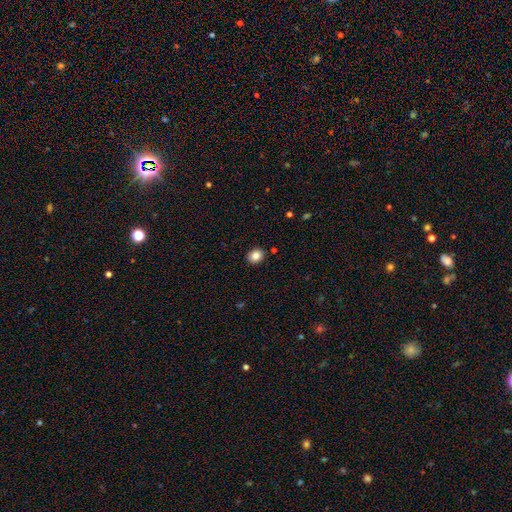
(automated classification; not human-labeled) The model was most divided on "how rounded": round: 57%, in between: 42%, cigar-shaped: 1%. More confident: merging — none (90%); smooth or featured — smooth (85%).